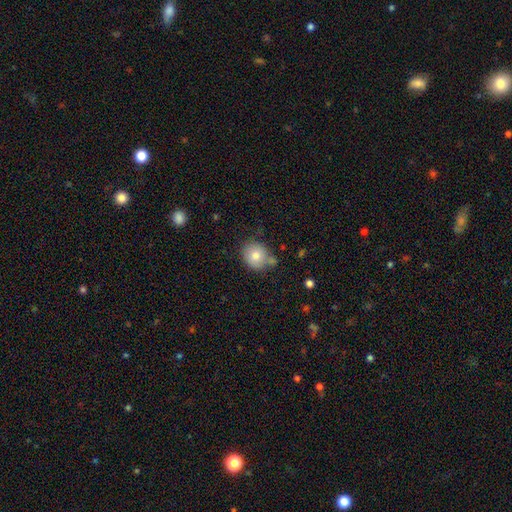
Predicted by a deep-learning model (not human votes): smooth-or-featured: smooth: 78% | featured or disk: 13% | star or artifact: 9%
  how-rounded: round: 75% | in between: 24% | cigar-shaped: 1%
  merging: none: 61% | minor disturbance: 22% | merger: 12% | major disturbance: 5%